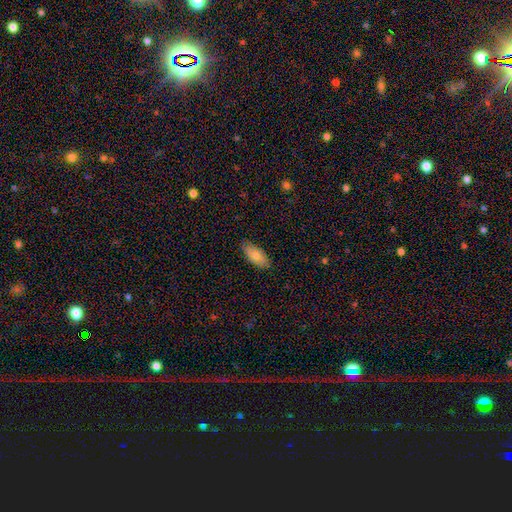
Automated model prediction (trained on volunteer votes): This is likely a smooth galaxy (78%). How rounded: clearly in between (86%). Merging: clearly none (85%).